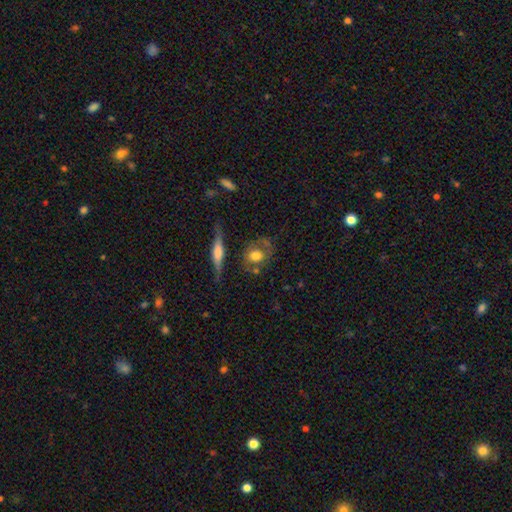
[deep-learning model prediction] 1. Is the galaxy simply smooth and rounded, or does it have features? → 57% smooth, 35% featured or disk, 8% star or artifact.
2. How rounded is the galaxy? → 54% round, 41% in between, 5% cigar-shaped.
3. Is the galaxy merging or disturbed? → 62% none, 20% minor disturbance, 11% major disturbance, 7% merger.